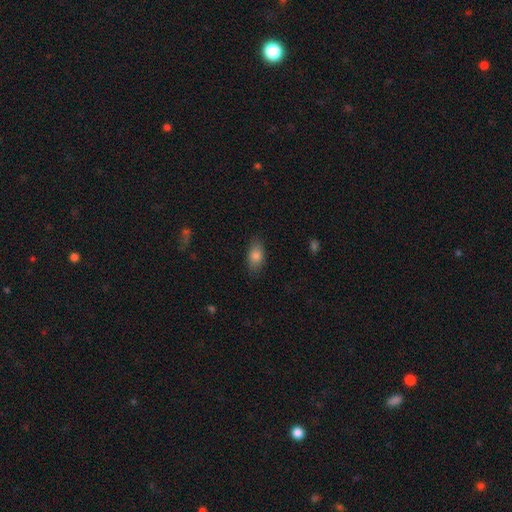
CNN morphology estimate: This appears to be a smooth galaxy with no disk features (81%) that is in between round and cigar-shaped (88%). Merging: none (85%).